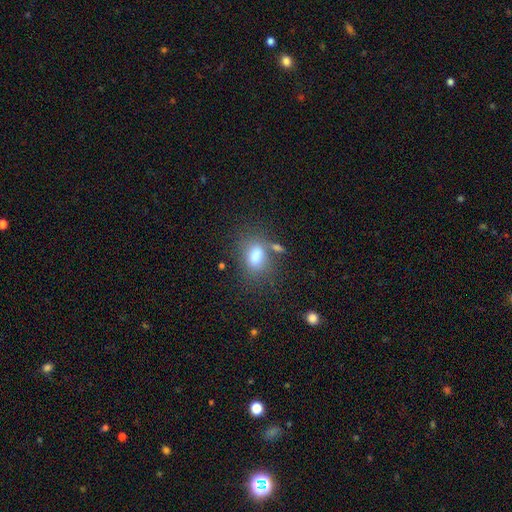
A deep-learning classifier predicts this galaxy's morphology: smooth_or_featured: smooth (p=0.80) [alt: star or artifact p=0.11]
how_rounded: in between (p=0.82) [alt: round p=0.15]
merging: none (p=0.60) [alt: minor disturbance p=0.18]